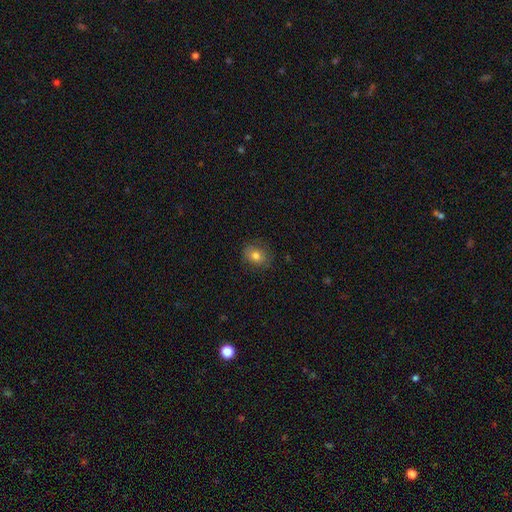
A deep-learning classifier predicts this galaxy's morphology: A smooth galaxy with no disk features (77%) that is round (56%). Merging: none (81%).